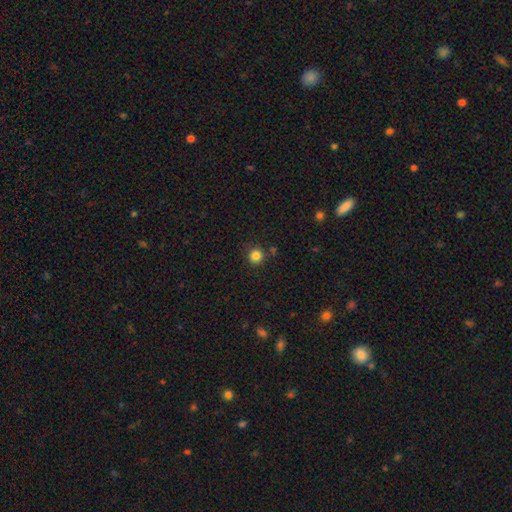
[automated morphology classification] smooth_or_featured: smooth (p=0.84) [alt: star or artifact p=0.12]
how_rounded: round (p=0.94) [alt: in between p=0.05]
merging: none (p=0.85) [alt: minor disturbance p=0.08]